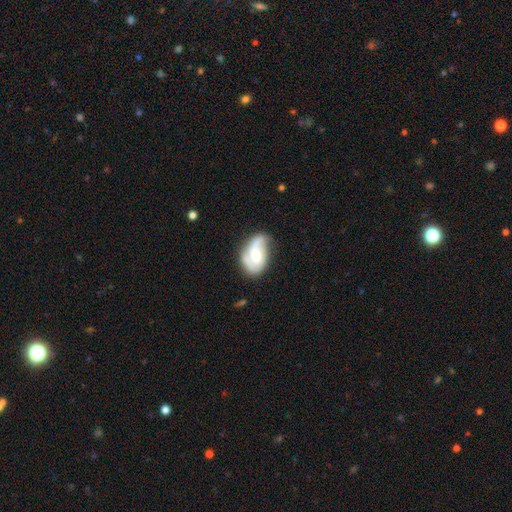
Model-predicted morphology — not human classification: Smooth or featured? Predicted: featured or disk (p=0.68). Edge-on disk? Predicted: no (p=0.96). Bar? Predicted: no (p=0.59). Spiral arms? Predicted: yes (p=0.87). Spiral winding? Predicted: medium (p=0.41). Spiral arm count? Predicted: 2 (p=0.58). Bulge size? Predicted: moderate (p=0.57). Merging? Predicted: none (p=0.53).